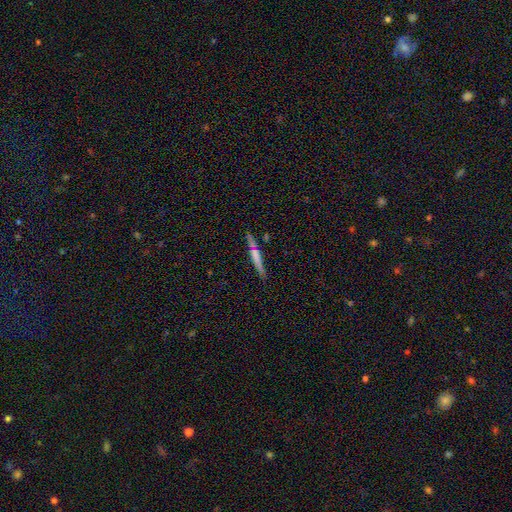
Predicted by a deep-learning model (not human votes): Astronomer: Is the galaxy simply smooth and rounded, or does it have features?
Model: smooth — 53% (runner-up: featured or disk, 40%).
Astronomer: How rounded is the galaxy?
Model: cigar-shaped — 94%.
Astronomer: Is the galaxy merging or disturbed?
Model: none — 79%.